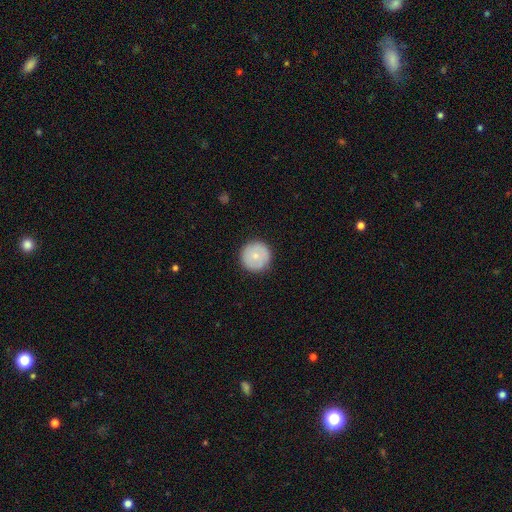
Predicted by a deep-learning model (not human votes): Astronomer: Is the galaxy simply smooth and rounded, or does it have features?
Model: smooth — 73%.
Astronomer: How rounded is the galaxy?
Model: round — 96%.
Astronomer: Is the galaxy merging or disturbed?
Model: none — 90%.